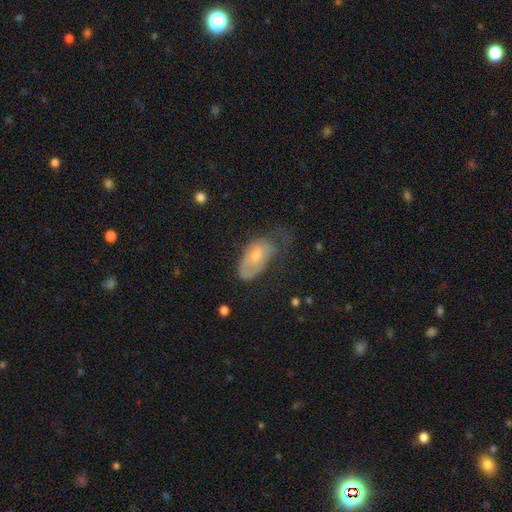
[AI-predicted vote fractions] smooth-or-featured: smooth: 47% | featured or disk: 44% | star or artifact: 8%
  merging: minor disturbance: 34% | major disturbance: 33% | none: 30% | merger: 2%